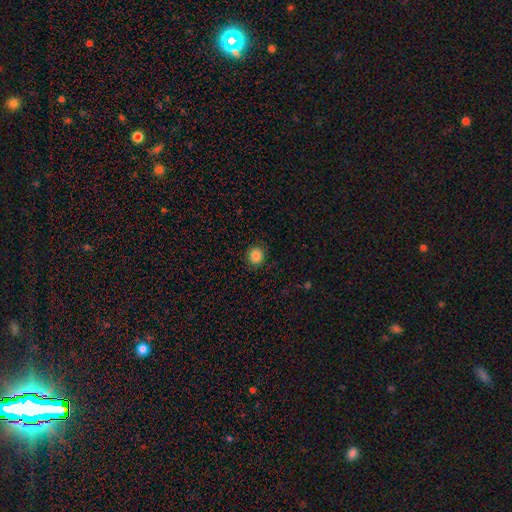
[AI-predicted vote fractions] The model was most divided on "smooth or featured": smooth: 85%, star or artifact: 11%, featured or disk: 4%. More confident: how rounded — round (93%); merging — none (91%).